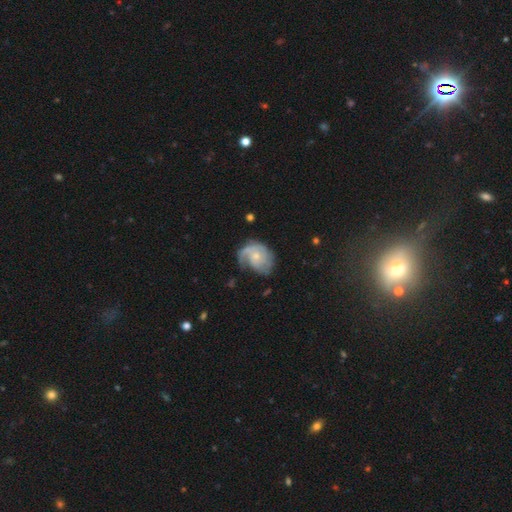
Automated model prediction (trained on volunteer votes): Q: Smooth or featured?
A: featured or disk (71%); runner-up: smooth (23%)
Q: Edge-on disk?
A: no (97%); runner-up: yes (3%)
Q: Bar?
A: no (76%); runner-up: weak (22%)
Q: Spiral arms?
A: yes (88%); runner-up: no (12%)
Q: Spiral winding?
A: tight (39%); runner-up: medium (36%)
Q: Spiral arm count?
A: 1 (38%); runner-up: 2 (28%)
Q: Bulge size?
A: small (61%); runner-up: moderate (32%)
Q: Merging?
A: none (45%); runner-up: minor disturbance (28%)